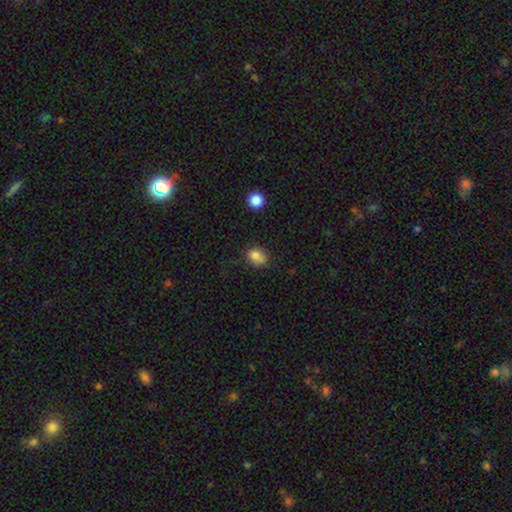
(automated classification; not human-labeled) Smooth or featured? smooth (81%)
How rounded? round (50%)
Merging? none (63%)